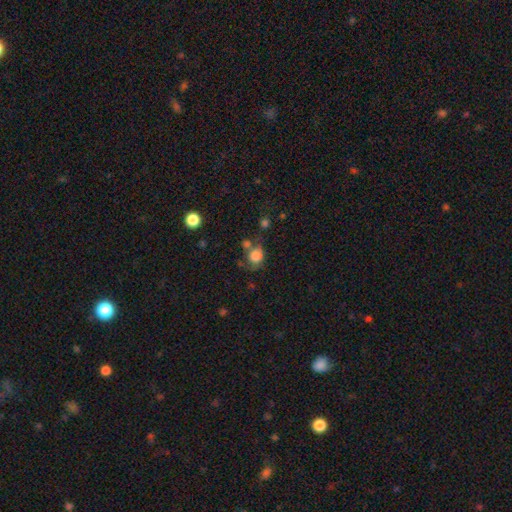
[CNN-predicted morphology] smooth_or_featured: smooth (p=0.77) [alt: featured or disk p=0.12]
how_rounded: round (p=0.68) [alt: in between p=0.30]
merging: none (p=0.43) [alt: merger p=0.22]